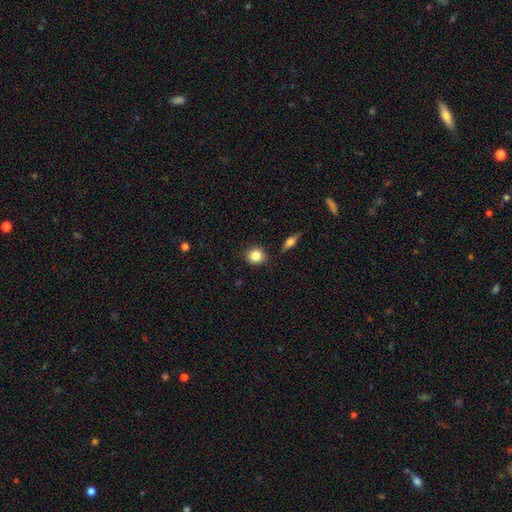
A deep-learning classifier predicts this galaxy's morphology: Smooth or featured?
  - smooth: 85% *
  - star or artifact: 9%
  - featured or disk: 7%
How rounded?
  - round: 84% *
  - in between: 14%
  - cigar-shaped: 1%
Merging?
  - none: 87% *
  - minor disturbance: 8%
  - merger: 3%
  - major disturbance: 2%